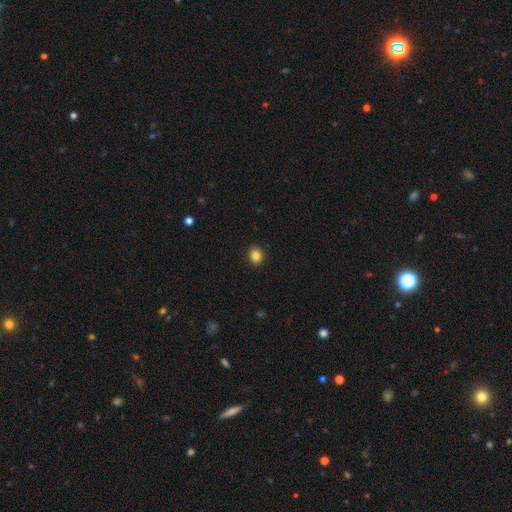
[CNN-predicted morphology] Smooth or featured? Predicted: smooth (p=0.86). How rounded? Predicted: round (p=0.78). Merging? Predicted: none (p=0.92).